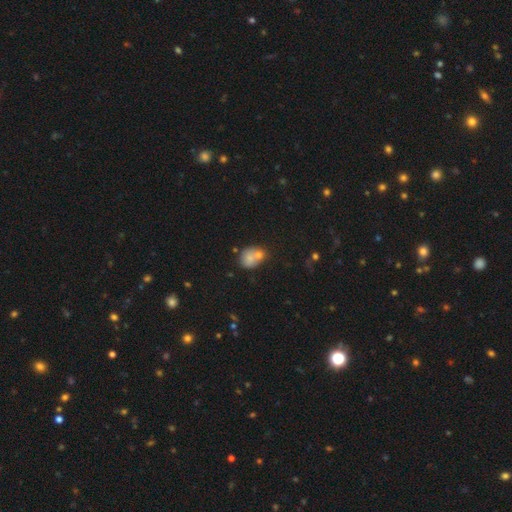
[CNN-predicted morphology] smooth 72%, featured or disk 17%, star or artifact 11%. Down the decision tree: how rounded — round (54%); merging — merger (48%).